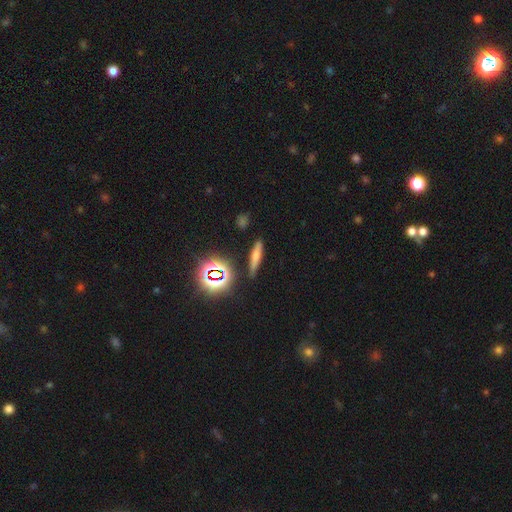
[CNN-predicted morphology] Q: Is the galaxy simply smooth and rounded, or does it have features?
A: smooth — 55%.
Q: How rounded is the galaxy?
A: cigar-shaped — 78%.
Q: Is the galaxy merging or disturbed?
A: none — 82%.